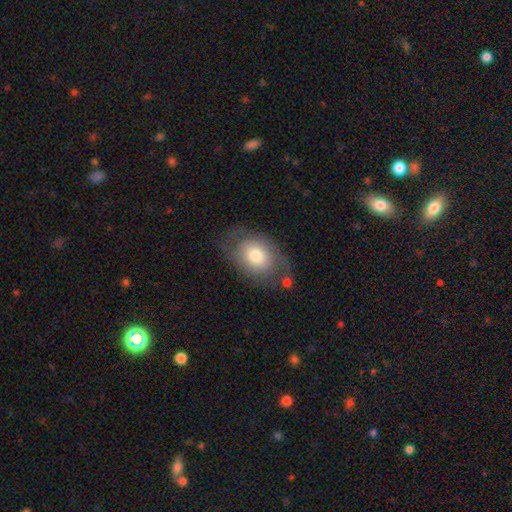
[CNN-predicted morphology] Smooth or featured? Predicted: smooth (p=0.60). How rounded? Predicted: in between (p=0.72). Merging? Predicted: none (p=0.57).